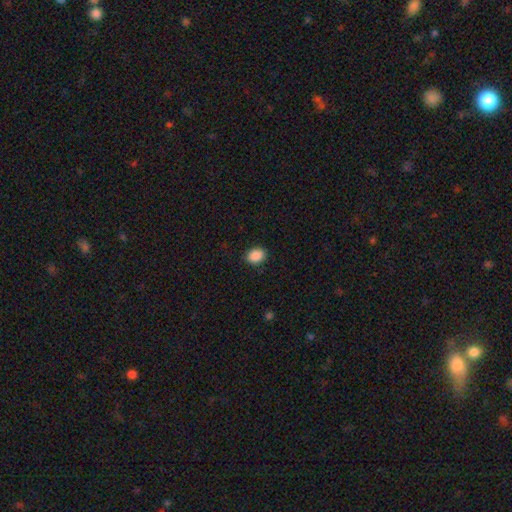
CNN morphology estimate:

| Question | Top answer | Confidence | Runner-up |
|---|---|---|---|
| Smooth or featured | smooth | 89% | star or artifact (8%) |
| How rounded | in between | 57% | round (42%) |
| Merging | none | 89% | minor disturbance (8%) |